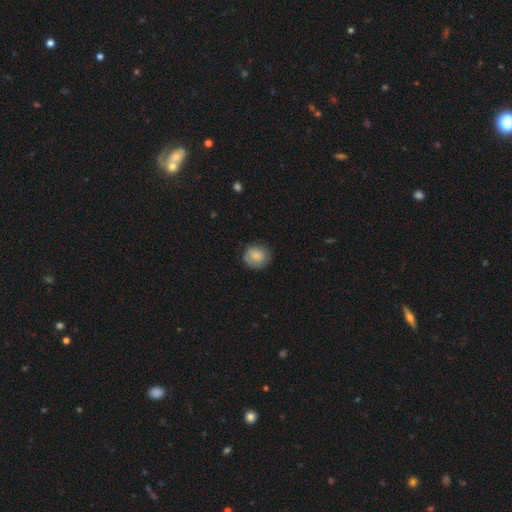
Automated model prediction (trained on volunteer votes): Morphology: type=smooth (85%); roundness=round (79%); merging=none (80%).